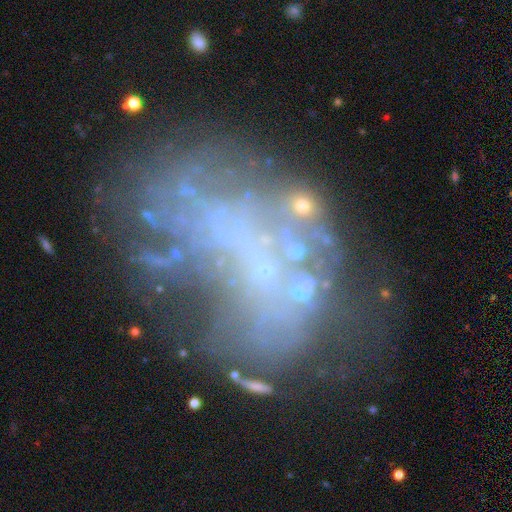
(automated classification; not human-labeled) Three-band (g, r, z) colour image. It shows a featured or disk galaxy (56%) with no bar (91%), no spiral arms (88%) and no central bulge (79%). Merging: none (42%).